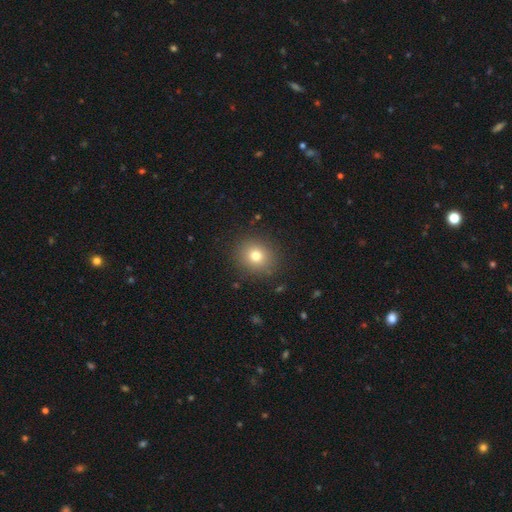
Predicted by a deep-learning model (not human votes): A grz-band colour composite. It shows a smooth galaxy with no disk features (76%) that is round (81%). Merging: none (89%).